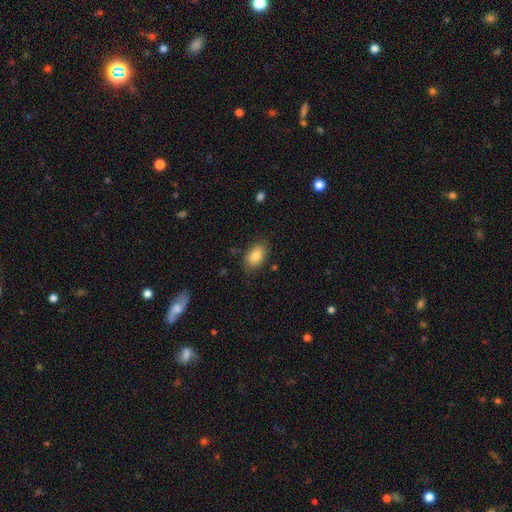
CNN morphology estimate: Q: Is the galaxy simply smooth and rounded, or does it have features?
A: smooth — 83%.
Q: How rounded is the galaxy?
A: in between — 89%.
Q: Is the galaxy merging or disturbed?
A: none — 81%.